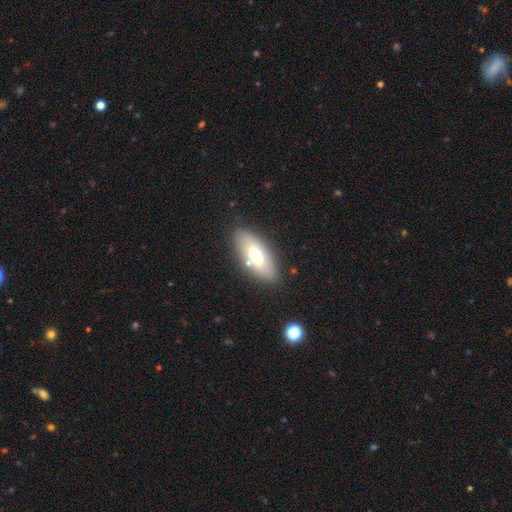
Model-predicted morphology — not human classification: A smooth galaxy with no disk features (65%) that is in between round and cigar-shaped (83%). Merging: none (81%).